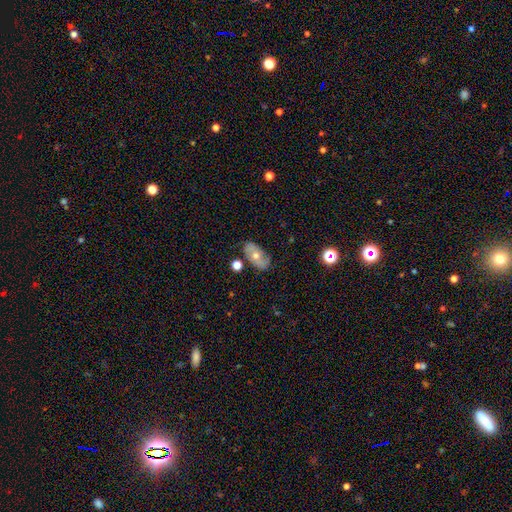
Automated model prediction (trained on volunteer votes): Smooth or featured? featured or disk (55%)
Edge-on disk? no (90%)
Merging? none (77%)